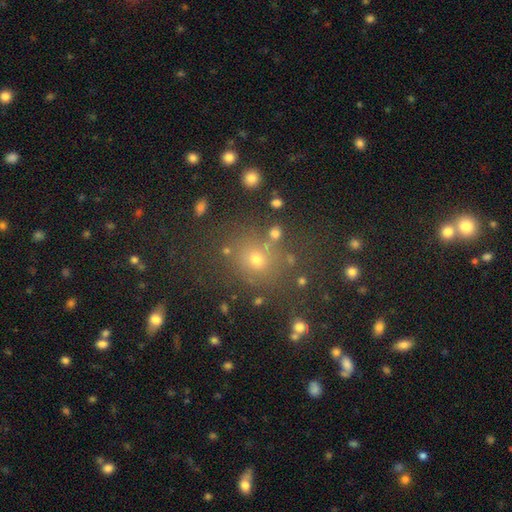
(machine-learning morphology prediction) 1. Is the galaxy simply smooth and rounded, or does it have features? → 52% smooth, 38% star or artifact, 10% featured or disk.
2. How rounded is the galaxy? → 81% round, 18% in between, 1% cigar-shaped.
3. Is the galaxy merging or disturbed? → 79% none, 10% minor disturbance, 6% merger, 5% major disturbance.